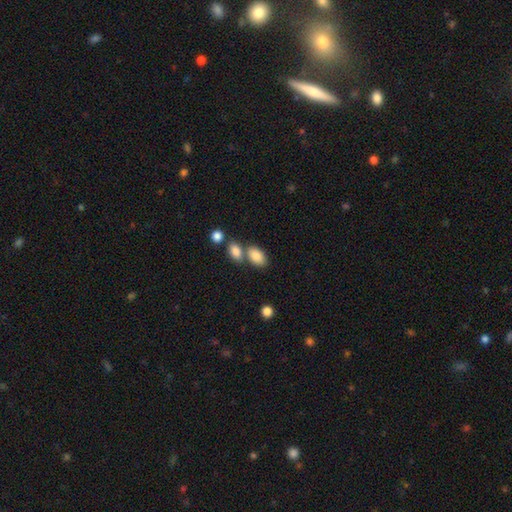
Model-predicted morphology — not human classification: The model was most divided on "merging": none: 48%, merger: 37%, minor disturbance: 11%, major disturbance: 4%. More confident: how rounded — in between (89%); smooth or featured — smooth (86%).